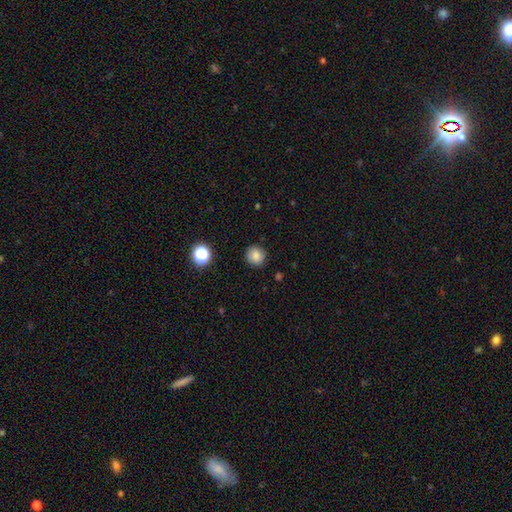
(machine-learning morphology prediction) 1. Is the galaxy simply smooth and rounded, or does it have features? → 84% smooth, 11% star or artifact, 5% featured or disk.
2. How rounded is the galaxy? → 89% round, 10% in between, 1% cigar-shaped.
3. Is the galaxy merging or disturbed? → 88% none, 9% minor disturbance, 2% major disturbance, 1% merger.